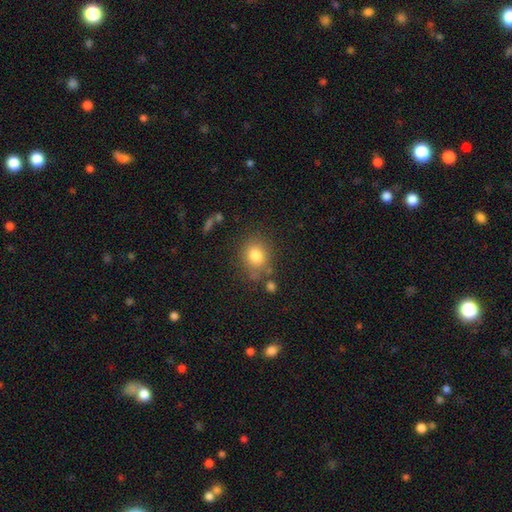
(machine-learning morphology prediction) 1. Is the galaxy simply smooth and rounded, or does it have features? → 80% smooth, 11% star or artifact, 9% featured or disk.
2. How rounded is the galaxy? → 66% round, 33% in between, 1% cigar-shaped.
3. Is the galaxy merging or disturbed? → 75% none, 14% minor disturbance, 6% merger, 5% major disturbance.